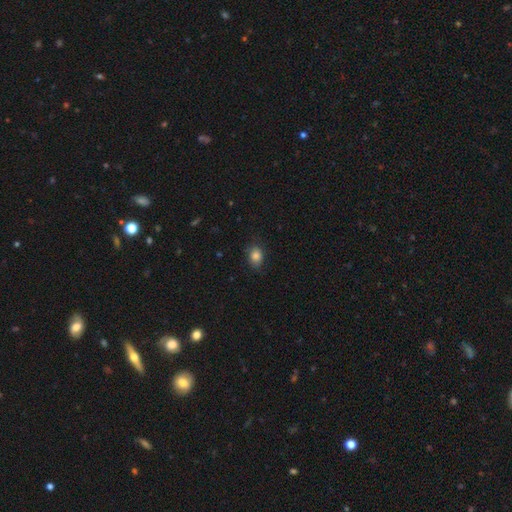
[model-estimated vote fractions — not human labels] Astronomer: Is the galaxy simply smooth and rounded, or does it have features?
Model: smooth — 84%.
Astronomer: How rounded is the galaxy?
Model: in between — 68%.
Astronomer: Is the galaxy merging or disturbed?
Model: none — 80%.